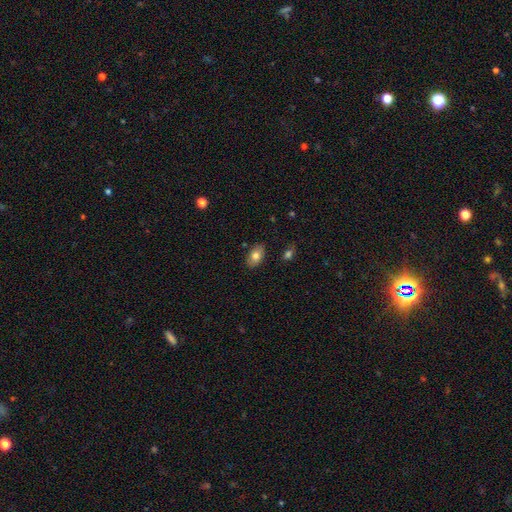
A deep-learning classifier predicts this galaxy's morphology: Q: Smooth or featured?
A: smooth (79%); runner-up: featured or disk (14%)
Q: How rounded?
A: in between (90%); runner-up: round (8%)
Q: Merging?
A: none (84%); runner-up: minor disturbance (12%)